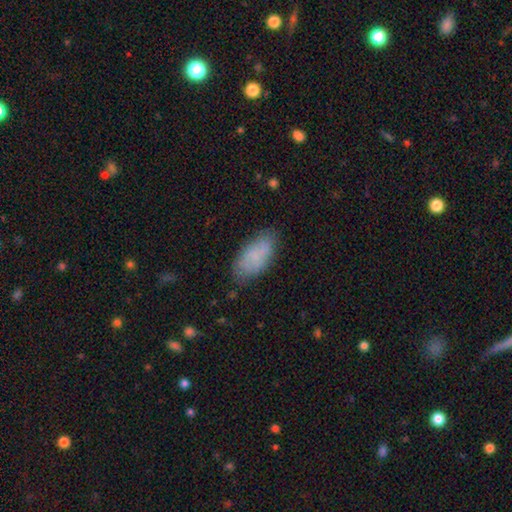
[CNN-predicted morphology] smooth-or-featured: smooth: 79% | featured or disk: 14% | star or artifact: 7%
  how-rounded: in between: 89% | cigar-shaped: 8% | round: 2%
  merging: none: 76% | minor disturbance: 18% | major disturbance: 4% | merger: 2%